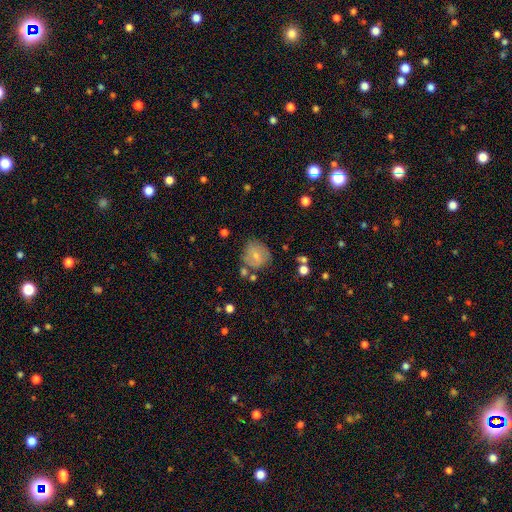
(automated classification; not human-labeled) Q: Smooth or featured?
A: smooth (66%); runner-up: featured or disk (26%)
Q: How rounded?
A: round (81%); runner-up: in between (18%)
Q: Merging?
A: none (63%); runner-up: minor disturbance (21%)